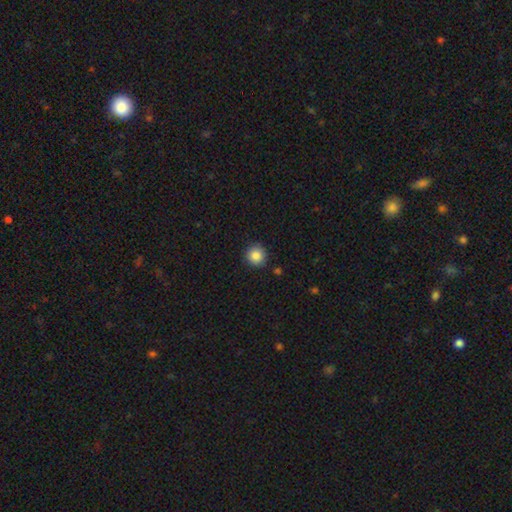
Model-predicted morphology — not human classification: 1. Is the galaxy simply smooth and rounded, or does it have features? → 86% smooth, 9% star or artifact, 5% featured or disk.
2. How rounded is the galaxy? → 94% round, 5% in between, 1% cigar-shaped.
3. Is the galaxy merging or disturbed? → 89% none, 8% minor disturbance, 2% major disturbance, 2% merger.